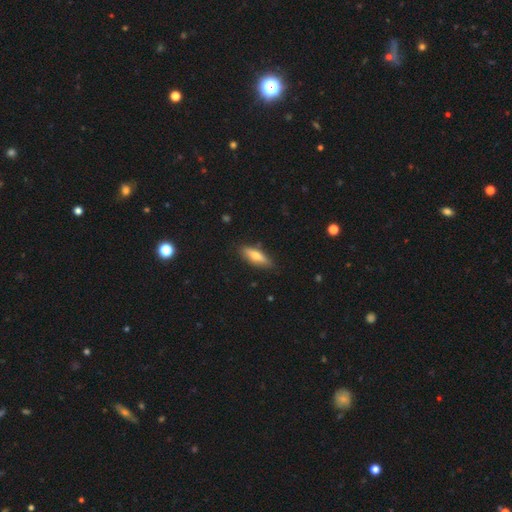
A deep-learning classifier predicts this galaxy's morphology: Smooth or featured? smooth (56%)
How rounded? cigar-shaped (54%)
Merging? none (84%)